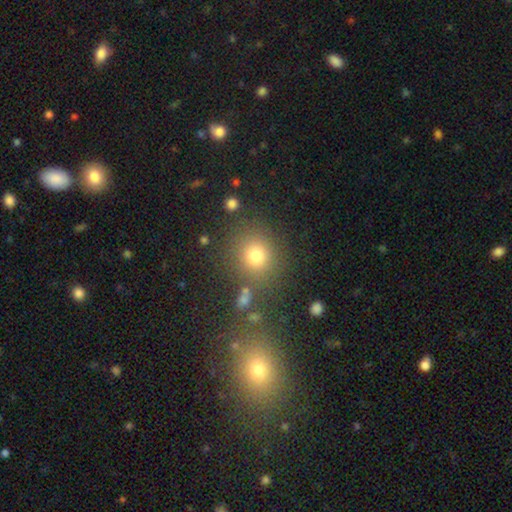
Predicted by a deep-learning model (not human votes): Smooth or featured?
  - smooth: 75% *
  - star or artifact: 17%
  - featured or disk: 8%
How rounded?
  - round: 83% *
  - in between: 15%
  - cigar-shaped: 1%
Merging?
  - none: 78% *
  - minor disturbance: 10%
  - merger: 7%
  - major disturbance: 5%